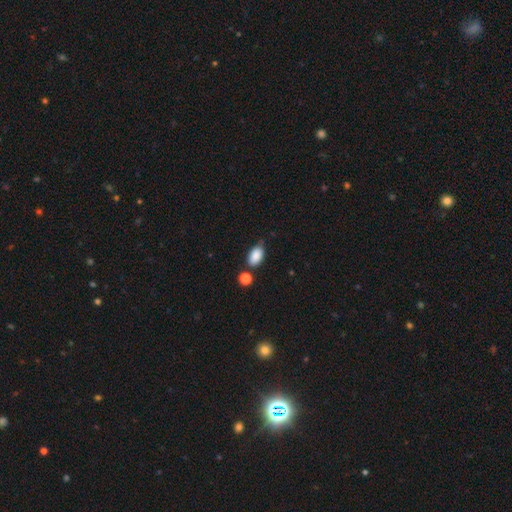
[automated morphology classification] smooth-or-featured: smooth: 88% | star or artifact: 8% | featured or disk: 5%
  how-rounded: in between: 91% | round: 7% | cigar-shaped: 2%
  merging: none: 68% | minor disturbance: 19% | merger: 8% | major disturbance: 4%